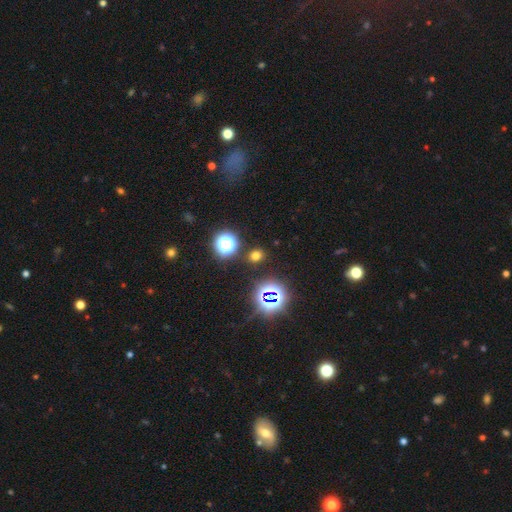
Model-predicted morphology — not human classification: Q: Smooth or featured?
A: smooth (62%); runner-up: star or artifact (32%)
Q: How rounded?
A: round (67%); runner-up: in between (32%)
Q: Merging?
A: none (87%); runner-up: minor disturbance (8%)